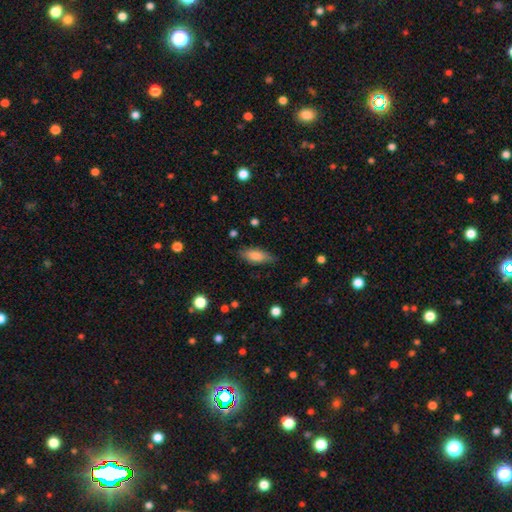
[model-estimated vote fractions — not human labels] Morphology: type=smooth (77%); roundness=in between (75%); merging=none (78%).